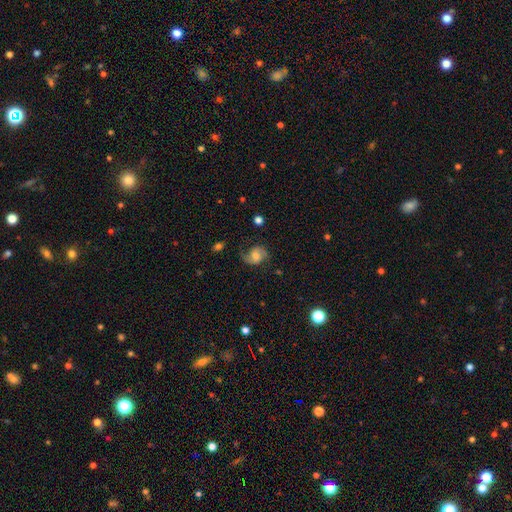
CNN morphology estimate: This is likely a featured or disk galaxy (69%). It is clearly not viewed edge-on (98%). Bar: possibly no (51%). Spiral arm pattern: clearly yes (93%). Spiral arm count: clearly 2 (87%). Spiral winding: marginally medium (44%). Central bulge: possibly moderate (46%). Merging: likely none (68%).